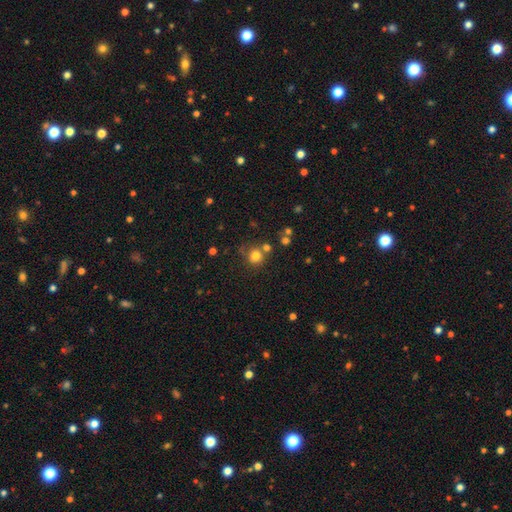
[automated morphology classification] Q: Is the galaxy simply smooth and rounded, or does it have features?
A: smooth — 77%.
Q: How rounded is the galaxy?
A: round — 87%.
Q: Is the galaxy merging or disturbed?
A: none — 63%.